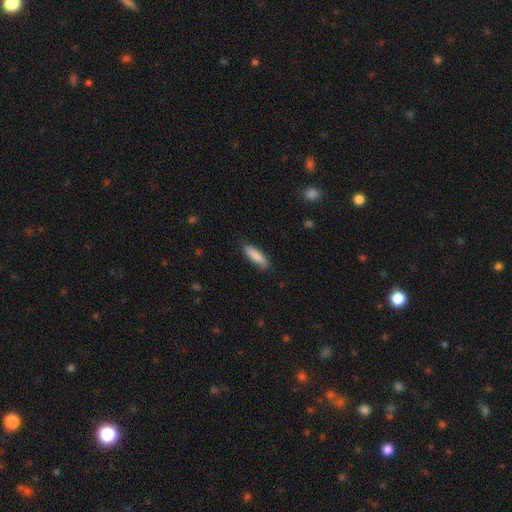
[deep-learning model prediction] A smooth galaxy with no disk features (87%) that is cigar-shaped (59%).

Vote fractions:
- Smooth or featured? smooth: 87% / featured or disk: 7% / star or artifact: 6%
- How rounded? cigar-shaped: 59% / in between: 40% / round: 1%
- Merging? none: 82% / minor disturbance: 14% / major disturbance: 3% / merger: 1%